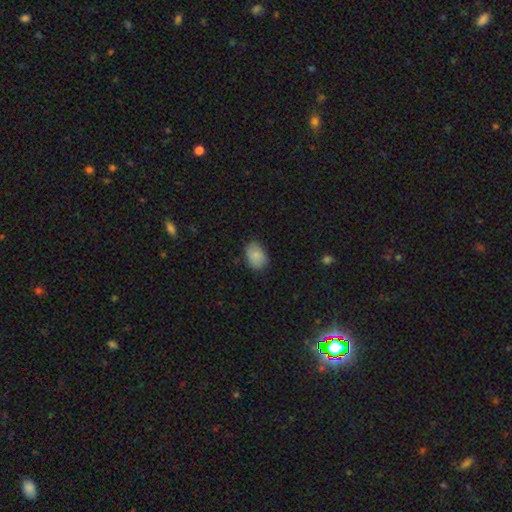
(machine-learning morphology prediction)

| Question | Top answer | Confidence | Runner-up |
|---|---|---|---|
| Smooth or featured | smooth | 84% | featured or disk (8%) |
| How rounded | in between | 76% | round (23%) |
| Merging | none | 74% | minor disturbance (21%) |